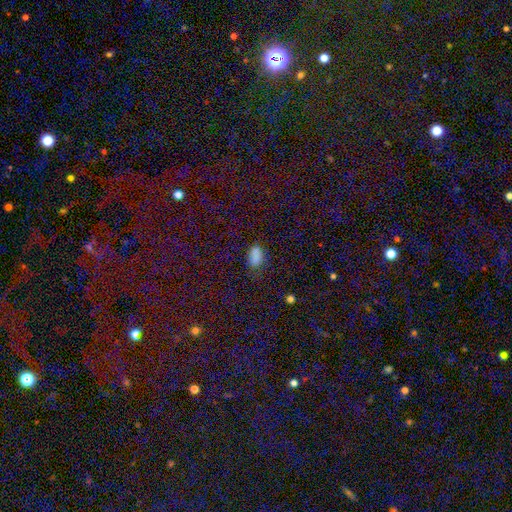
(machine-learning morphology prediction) type=smooth (79%); roundness=in between (91%); merging=none (65%).